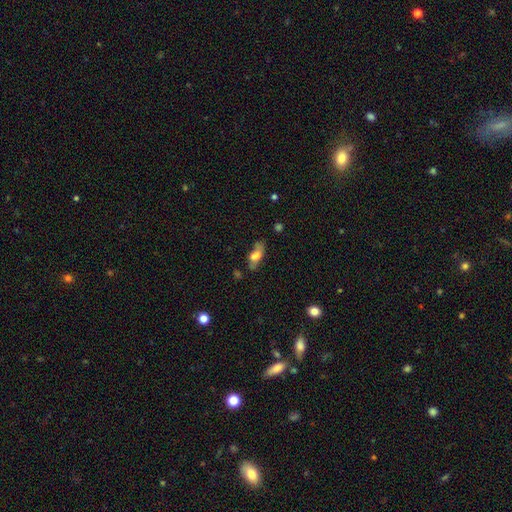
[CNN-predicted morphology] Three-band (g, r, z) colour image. It shows a smooth galaxy with no disk features (57%) that is in between round and cigar-shaped (71%). Merging: none (43%).